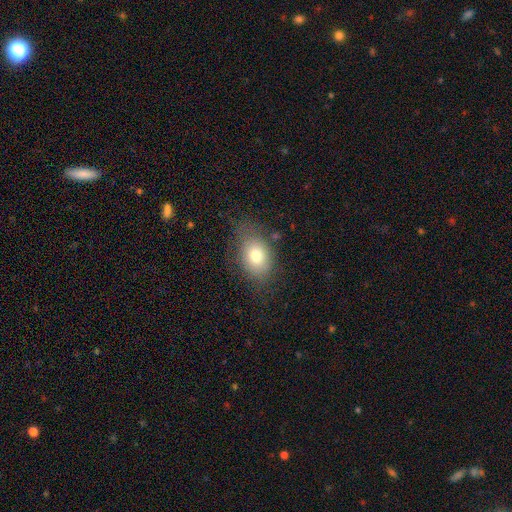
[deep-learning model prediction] smooth 75%, featured or disk 15%, star or artifact 11%. Down the decision tree: how rounded — in between (71%); merging — none (67%).